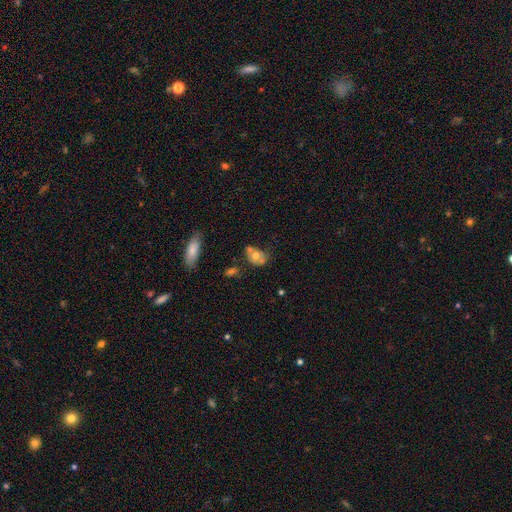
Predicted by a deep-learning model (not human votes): Smooth or featured? Predicted: smooth (p=0.60). How rounded? Predicted: in between (p=0.65). Merging? Predicted: none (p=0.35).